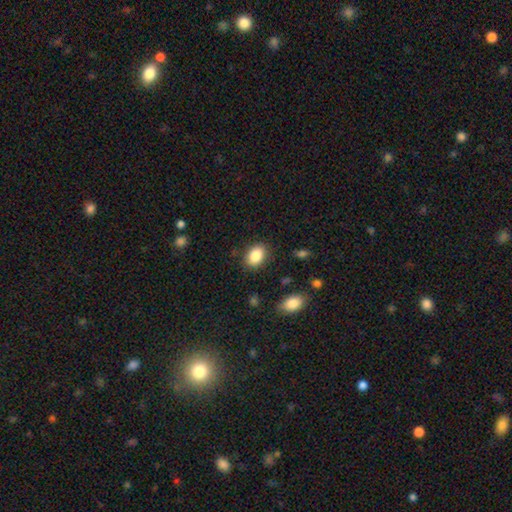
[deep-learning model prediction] Smooth or featured: smooth — 86% (star or artifact — 8%)
How rounded: in between — 80% (round — 18%)
Merging: none — 86% (minor disturbance — 10%)